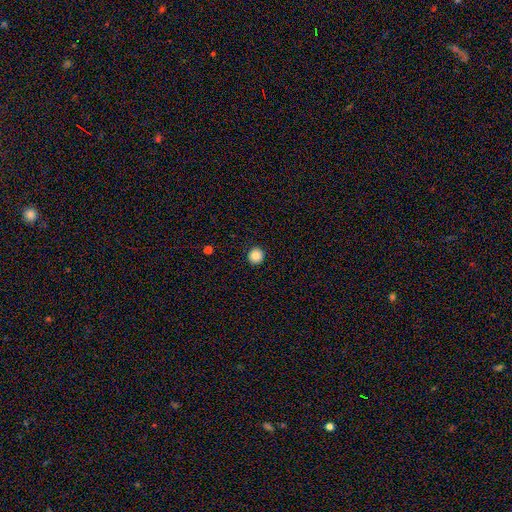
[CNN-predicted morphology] A smooth galaxy with no disk features (87%) that is round (95%).

Vote fractions:
- Smooth or featured? smooth: 87% / star or artifact: 9% / featured or disk: 3%
- How rounded? round: 95% / in between: 5% / cigar-shaped: 1%
- Merging? none: 93% / minor disturbance: 4% / major disturbance: 2% / merger: 1%